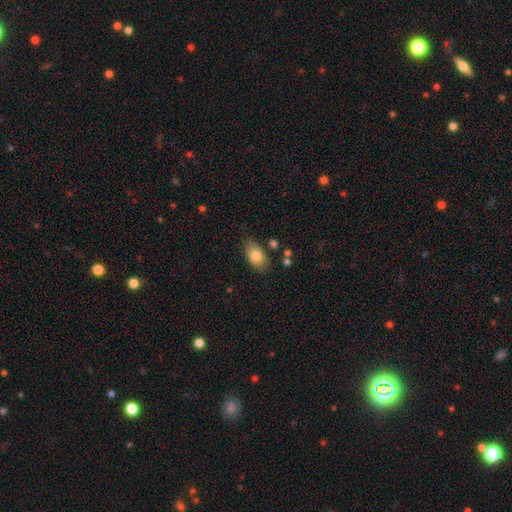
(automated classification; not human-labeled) This is clearly a smooth galaxy (81%). How rounded: clearly in between (90%). Merging: likely none (76%).